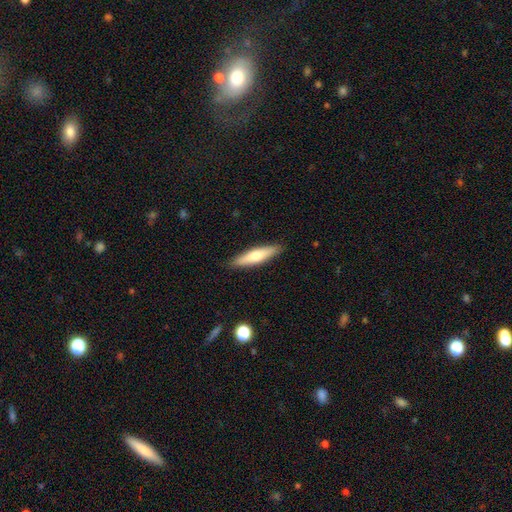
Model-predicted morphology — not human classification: A smooth galaxy with no disk features (63%) that is cigar-shaped (79%).

Vote fractions:
- Smooth or featured? smooth: 63% / featured or disk: 32% / star or artifact: 5%
- How rounded? cigar-shaped: 79% / in between: 19% / round: 1%
- Merging? none: 89% / minor disturbance: 8% / major disturbance: 2% / merger: 1%